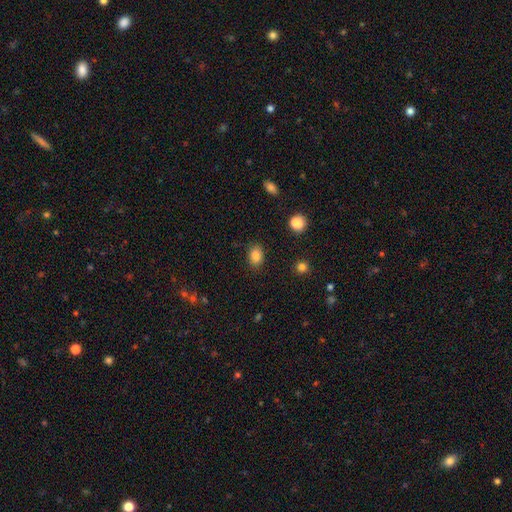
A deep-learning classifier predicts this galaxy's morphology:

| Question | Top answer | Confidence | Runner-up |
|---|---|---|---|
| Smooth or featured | smooth | 85% | star or artifact (10%) |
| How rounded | in between | 72% | round (27%) |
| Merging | none | 86% | minor disturbance (10%) |